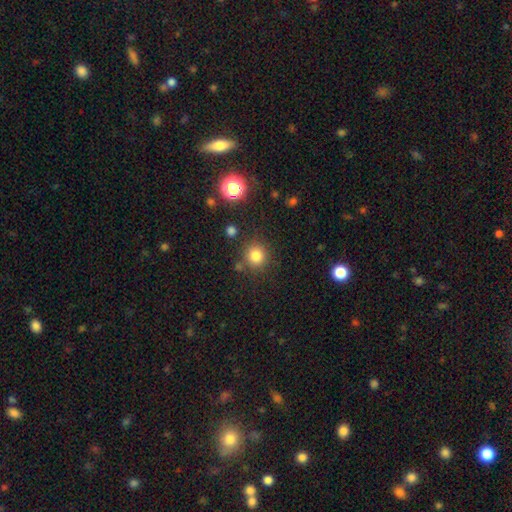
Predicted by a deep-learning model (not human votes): smooth-or-featured: smooth: 80% | star or artifact: 14% | featured or disk: 6%
  how-rounded: round: 91% | in between: 8% | cigar-shaped: 1%
  merging: none: 82% | minor disturbance: 9% | merger: 5% | major disturbance: 4%